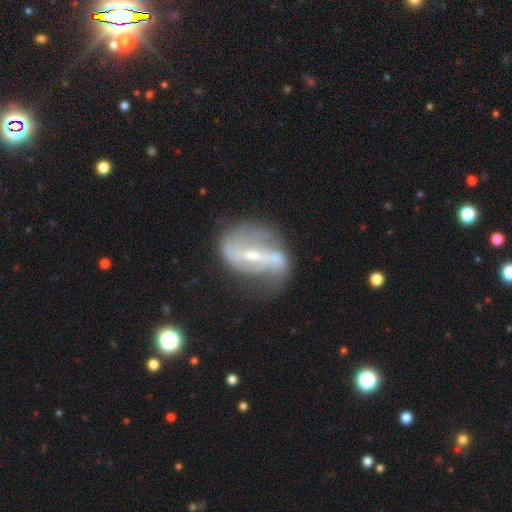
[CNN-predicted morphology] A featured or disk galaxy (80%) with a strong bar (57%), 2 (75%) loose (49%) spiral arms (80%) and a small central bulge (58%).

Vote fractions:
- Smooth or featured? featured or disk: 80% / smooth: 13% / star or artifact: 8%
- Edge-on disk? no: 94% / yes: 6%
- Bar? strong: 57% / weak: 30% / no: 13%
- Spiral arms? yes: 80% / no: 20%
- Spiral winding? loose: 49% / medium: 34% / tight: 17%
- Spiral arm count? 2: 75% / can't tell: 13% / 1: 7% / 3: 3% / 4: 1% / more than 4: 1%
- Bulge size? small: 58% / moderate: 34% / none: 5% / large: 2% / dominant: 1%
- Merging? none: 48% / minor disturbance: 26% / major disturbance: 18% / merger: 7%